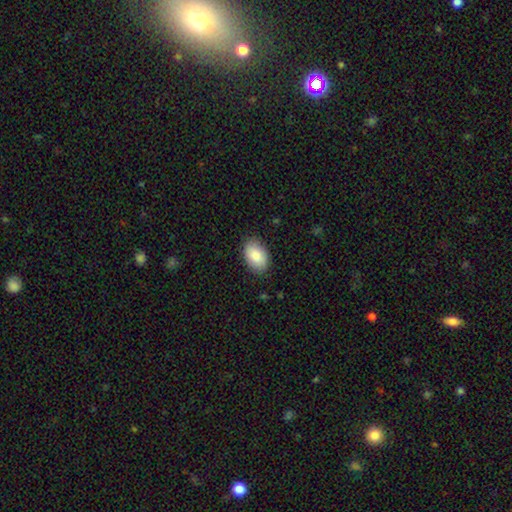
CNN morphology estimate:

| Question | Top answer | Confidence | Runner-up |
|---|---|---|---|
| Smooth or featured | smooth | 87% | featured or disk (7%) |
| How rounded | in between | 90% | round (9%) |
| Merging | none | 86% | minor disturbance (11%) |